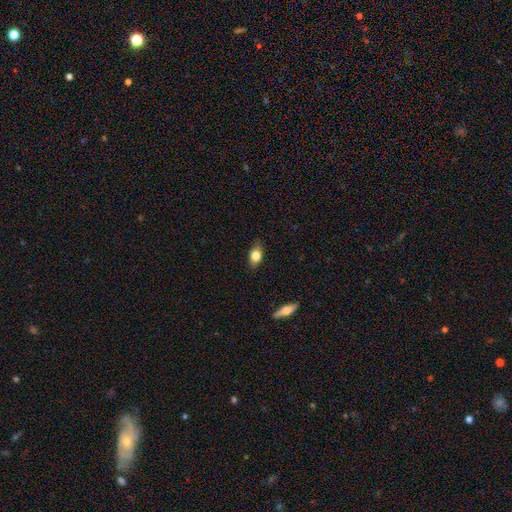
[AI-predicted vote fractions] Smooth or featured: smooth — 75% (featured or disk — 17%)
How rounded: in between — 81% (round — 12%)
Merging: none — 83% (minor disturbance — 13%)